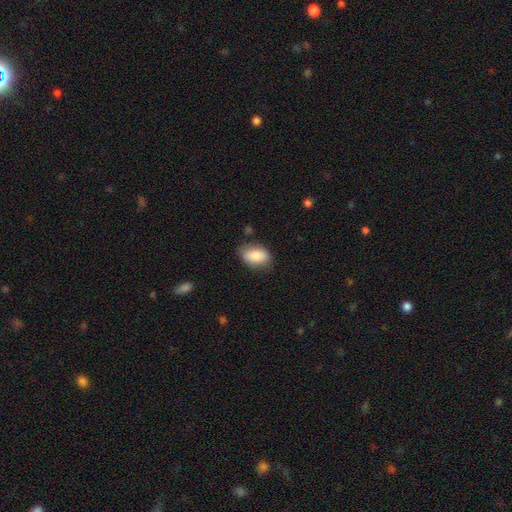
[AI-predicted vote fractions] smooth 84%, featured or disk 9%, star or artifact 7%. Down the decision tree: how rounded — in between (88%); merging — none (77%).